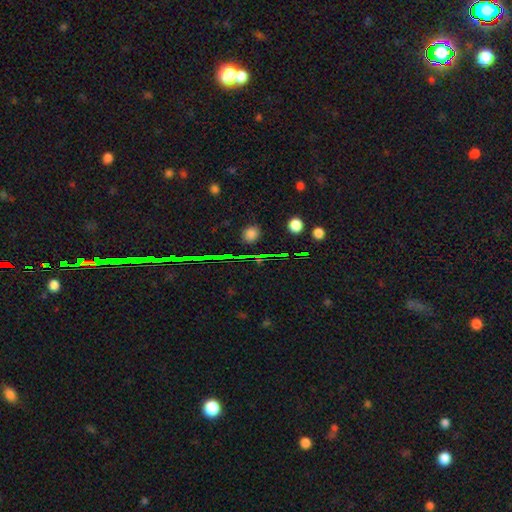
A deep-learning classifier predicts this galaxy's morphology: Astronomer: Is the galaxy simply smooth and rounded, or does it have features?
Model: star or artifact — 79%.